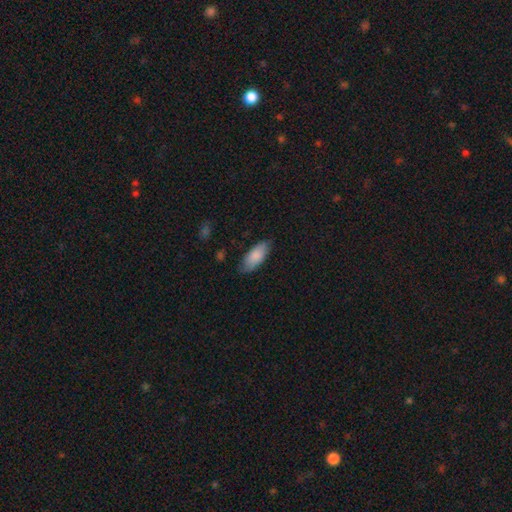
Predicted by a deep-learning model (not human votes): The model was most divided on "merging": none: 78%, minor disturbance: 18%, major disturbance: 3%, merger: 1%. More confident: how rounded — in between (85%); smooth or featured — smooth (84%).